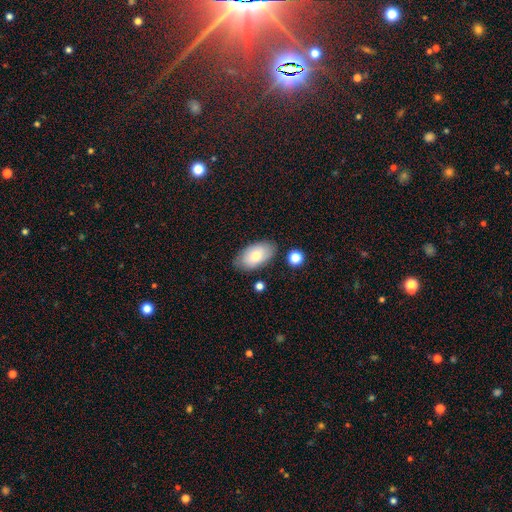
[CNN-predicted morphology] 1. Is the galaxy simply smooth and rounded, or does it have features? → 77% smooth, 16% featured or disk, 7% star or artifact.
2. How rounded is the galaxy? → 95% in between, 4% round, 2% cigar-shaped.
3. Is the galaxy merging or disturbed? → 79% none, 14% minor disturbance, 3% major disturbance, 3% merger.